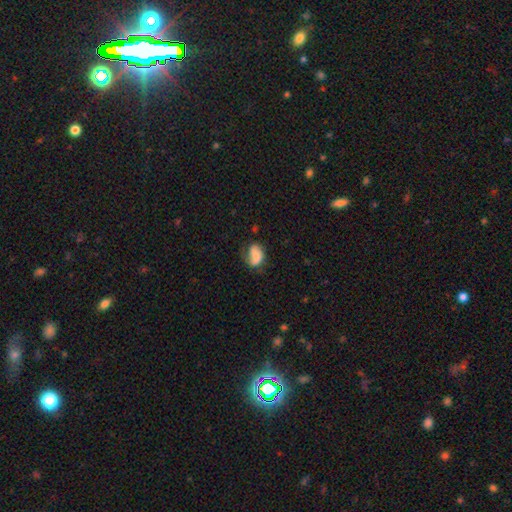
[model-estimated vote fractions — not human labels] Q: Smooth or featured?
A: smooth (59%); runner-up: featured or disk (32%)
Q: How rounded?
A: in between (76%); runner-up: round (23%)
Q: Merging?
A: none (38%); runner-up: major disturbance (30%)